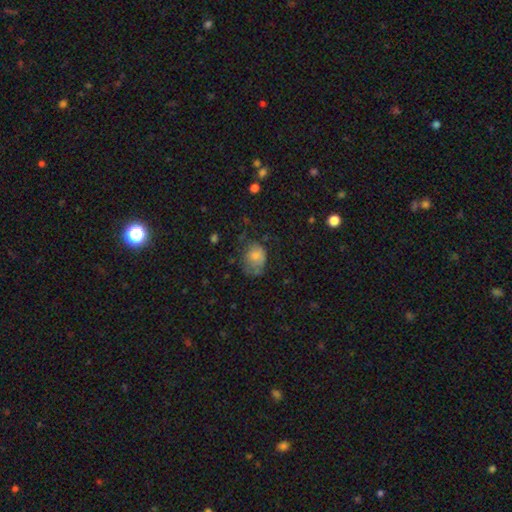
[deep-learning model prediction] smooth_or_featured: smooth (p=0.70) [alt: featured or disk p=0.19]
how_rounded: in between (p=0.55) [alt: round p=0.44]
merging: none (p=0.41) [alt: minor disturbance p=0.33]